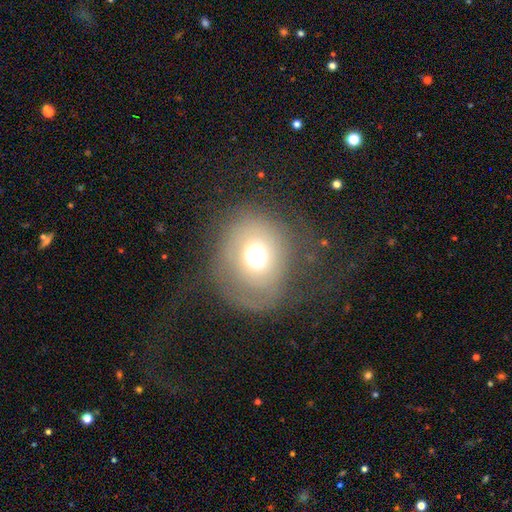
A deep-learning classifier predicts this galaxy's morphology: smooth_or_featured: smooth (p=0.57) [alt: featured or disk p=0.30]
how_rounded: round (p=0.75) [alt: in between p=0.24]
merging: none (p=0.54) [alt: major disturbance p=0.25]